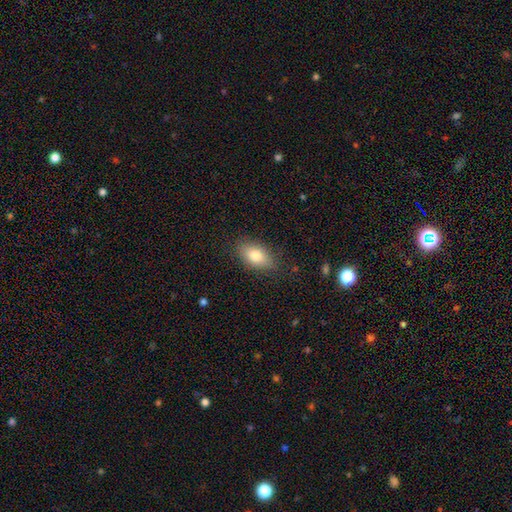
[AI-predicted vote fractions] Smooth or featured? smooth (79%)
How rounded? in between (89%)
Merging? none (83%)